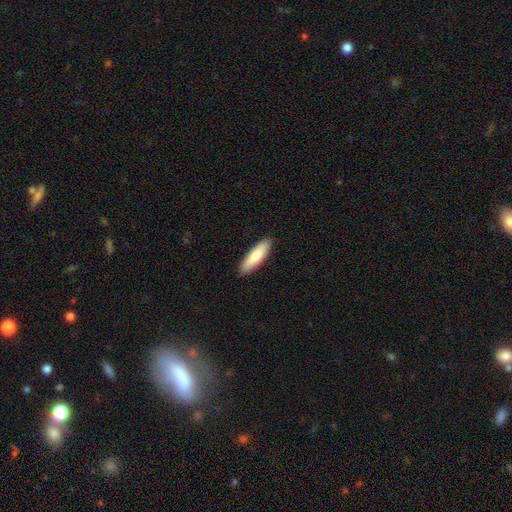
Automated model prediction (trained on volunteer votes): Overall: smooth (82%). How rounded: cigar-shaped (60%; in between 39%). Merging: none (90%).